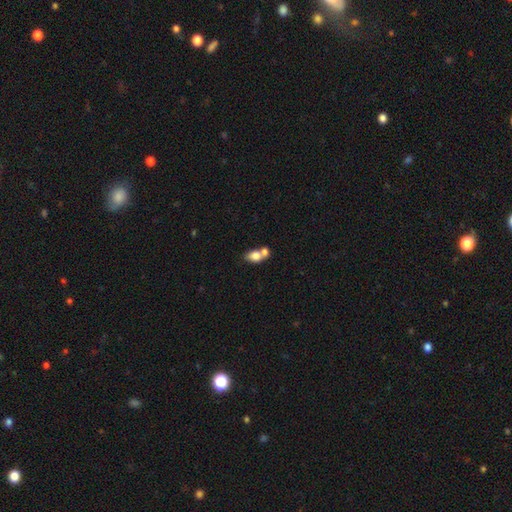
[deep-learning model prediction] Smooth or featured? smooth (76%)
How rounded? in between (78%)
Merging? merger (56%)